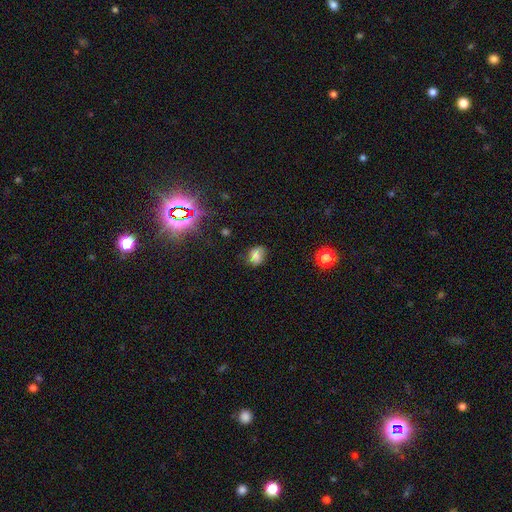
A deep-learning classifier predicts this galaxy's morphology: Smooth or featured? smooth (73%)
How rounded? in between (58%)
Merging? none (65%)